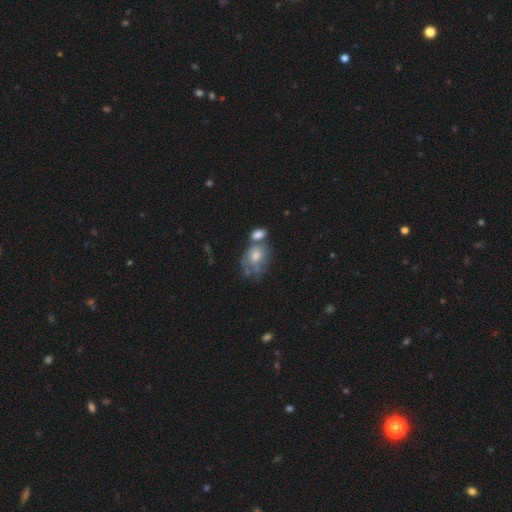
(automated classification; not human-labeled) Smooth or featured: smooth — 55% (featured or disk — 34%)
How rounded: in between — 61% (round — 37%)
Merging: merger — 42% (none — 27%)